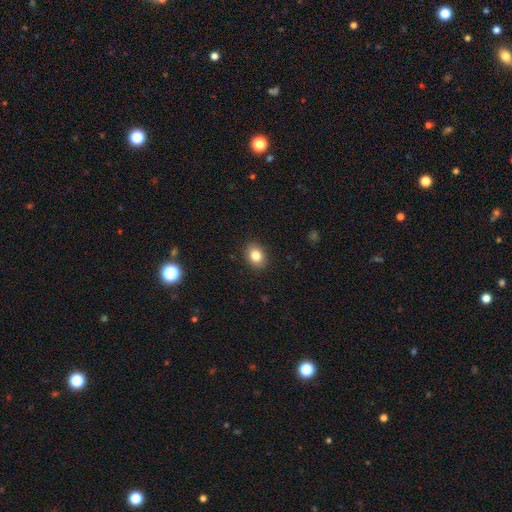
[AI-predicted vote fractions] Q: Smooth or featured?
A: smooth (83%); runner-up: star or artifact (10%)
Q: How rounded?
A: in between (60%); runner-up: round (39%)
Q: Merging?
A: none (89%); runner-up: minor disturbance (8%)